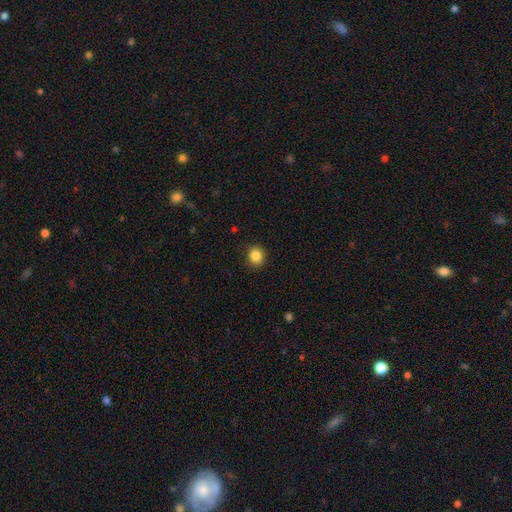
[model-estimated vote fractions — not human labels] smooth-or-featured: smooth: 86% | star or artifact: 10% | featured or disk: 4%
  how-rounded: round: 84% | in between: 15% | cigar-shaped: 1%
  merging: none: 90% | minor disturbance: 7% | major disturbance: 2% | merger: 1%